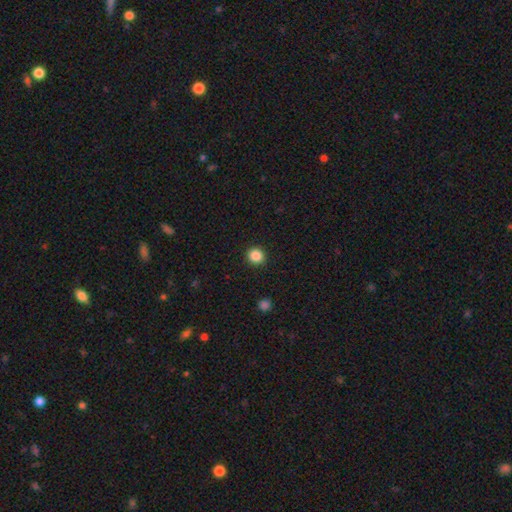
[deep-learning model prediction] Smooth or featured? smooth (87%)
How rounded? round (88%)
Merging? none (92%)